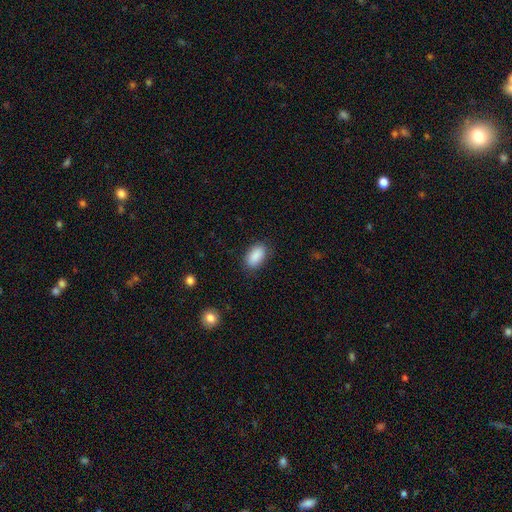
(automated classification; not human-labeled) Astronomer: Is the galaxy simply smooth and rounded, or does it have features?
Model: smooth — 90%.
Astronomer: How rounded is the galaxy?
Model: in between — 92%.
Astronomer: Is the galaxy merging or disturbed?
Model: none — 84%.